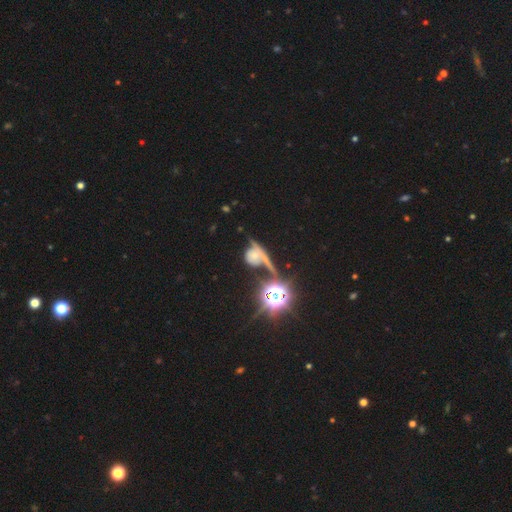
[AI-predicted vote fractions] smooth_or_featured: smooth (p=0.36) [tied with: featured or disk p=0.36]
merging: none (p=0.29) [alt: merger p=0.28]